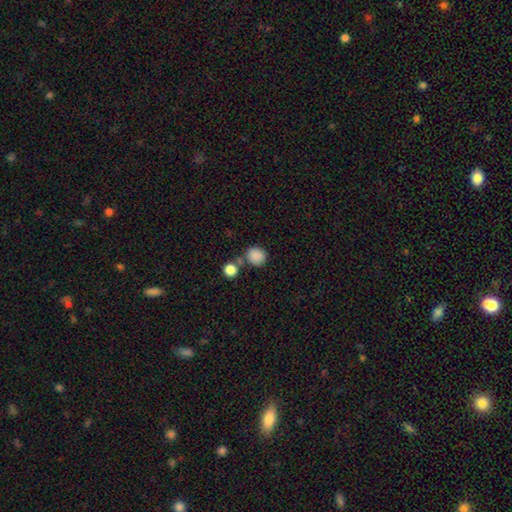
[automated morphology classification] Overall: smooth (86%). How rounded: round (84%). Merging: none (66%).